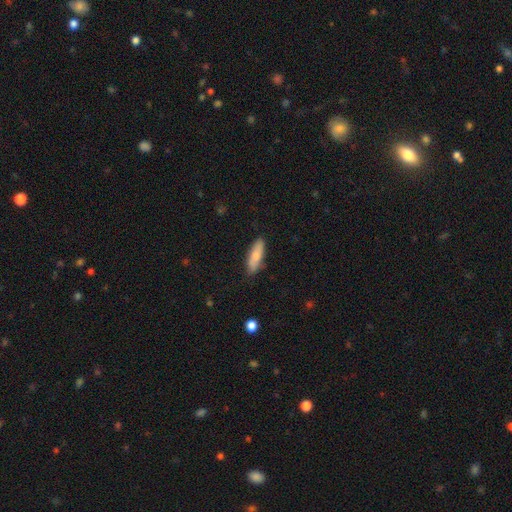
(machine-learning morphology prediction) smooth 81%, featured or disk 14%, star or artifact 5%. Down the decision tree: how rounded — cigar-shaped (50%); merging — none (83%).